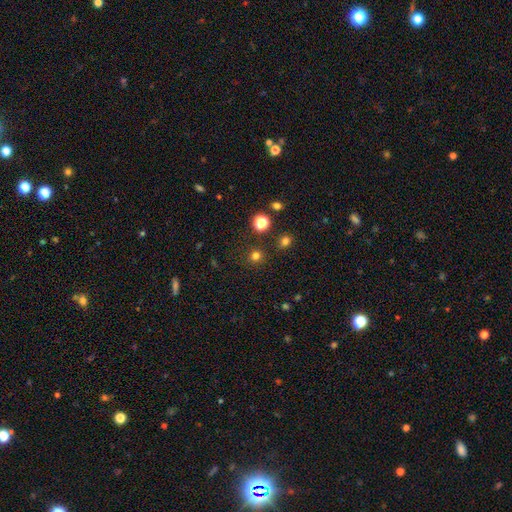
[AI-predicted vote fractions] This appears to be a smooth galaxy with no disk features (75%) that is round (92%). Merging: none (87%).